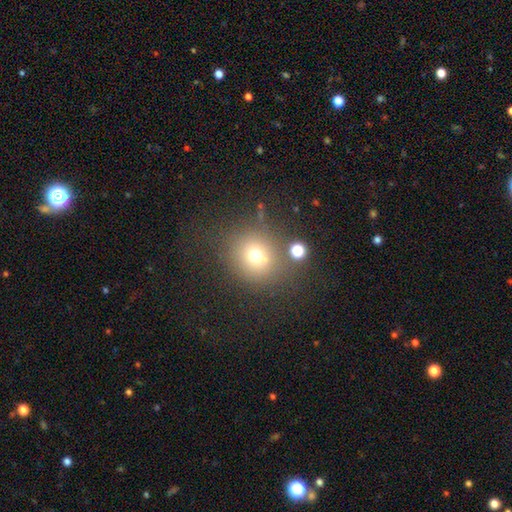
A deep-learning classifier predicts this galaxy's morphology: smooth-or-featured: smooth: 68% | star or artifact: 19% | featured or disk: 13%
  how-rounded: round: 87% | in between: 12% | cigar-shaped: 1%
  merging: none: 69% | merger: 14% | minor disturbance: 11% | major disturbance: 6%